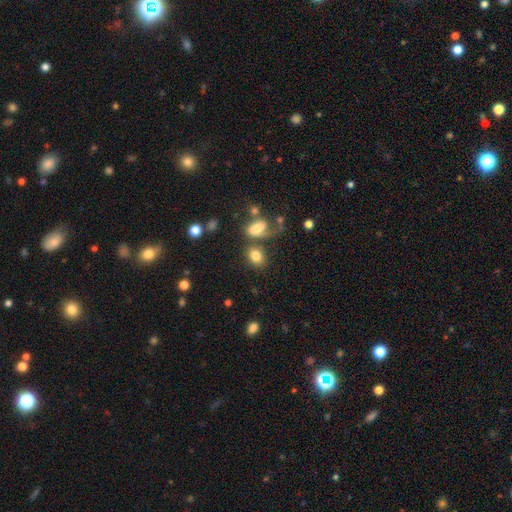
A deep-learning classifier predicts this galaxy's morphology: smooth 79%, featured or disk 11%, star or artifact 10%. Down the decision tree: how rounded — in between (71%); merging — none (58%).